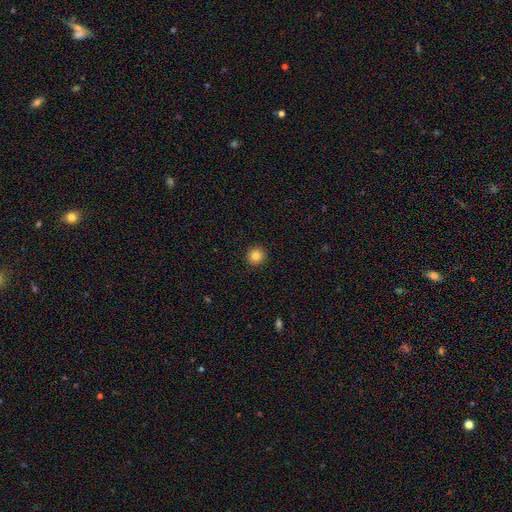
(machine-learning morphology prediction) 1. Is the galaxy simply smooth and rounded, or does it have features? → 84% smooth, 11% star or artifact, 5% featured or disk.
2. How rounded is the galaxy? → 95% round, 4% in between, 1% cigar-shaped.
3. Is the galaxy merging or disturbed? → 93% none, 5% minor disturbance, 2% major disturbance, 1% merger.